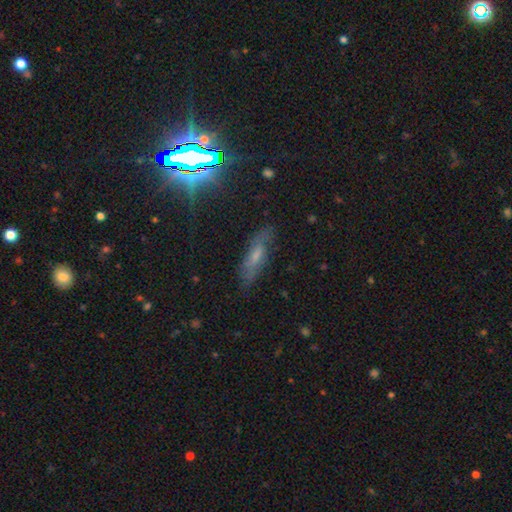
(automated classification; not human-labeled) smooth_or_featured: featured or disk (p=0.41) [alt: smooth p=0.35]
merging: none (p=0.75) [alt: minor disturbance p=0.18]